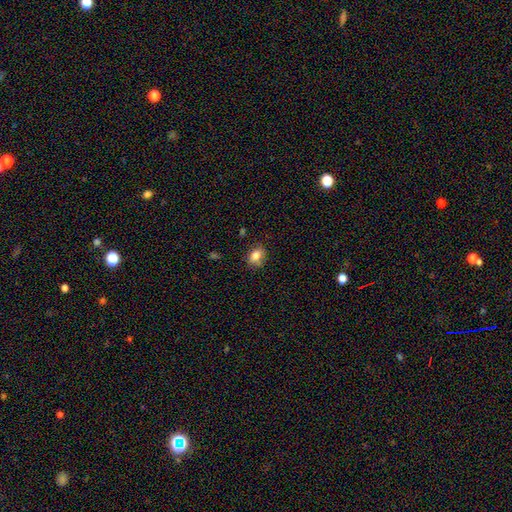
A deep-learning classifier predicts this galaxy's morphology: The model was most divided on "how rounded": in between: 57%, round: 41%, cigar-shaped: 1%. More confident: smooth or featured — smooth (80%); merging — none (74%).